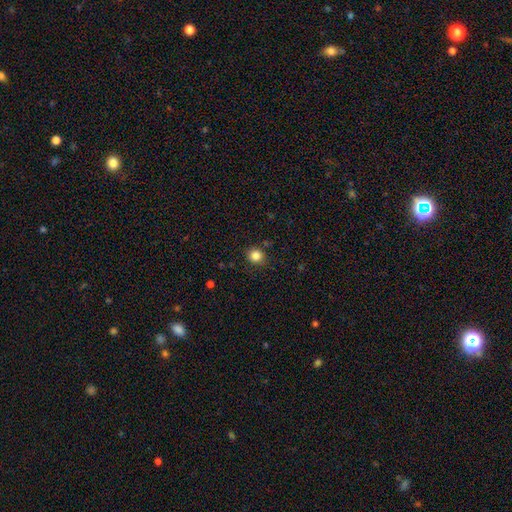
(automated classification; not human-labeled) Smooth or featured: smooth — 84% (star or artifact — 12%)
How rounded: round — 87% (in between — 12%)
Merging: none — 87% (minor disturbance — 9%)